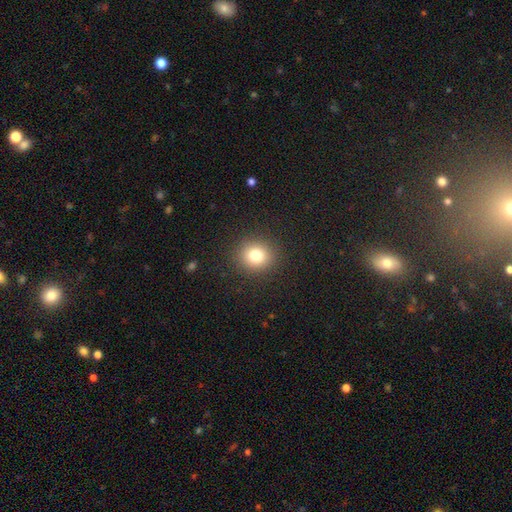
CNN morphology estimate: smooth 79%, star or artifact 13%, featured or disk 8%. Down the decision tree: how rounded — round (85%); merging — none (91%).